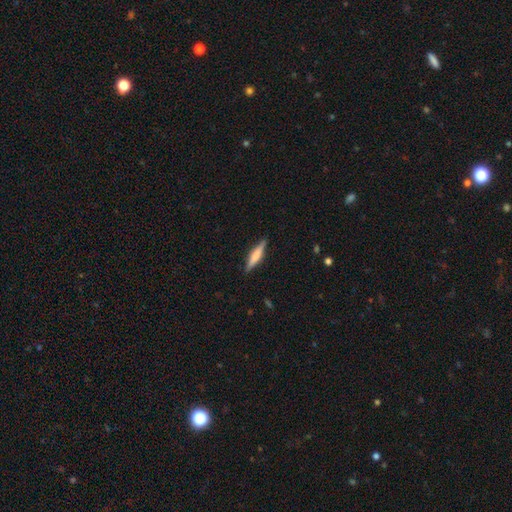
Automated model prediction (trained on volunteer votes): Smooth or featured? featured or disk (48%)
Merging? none (89%)